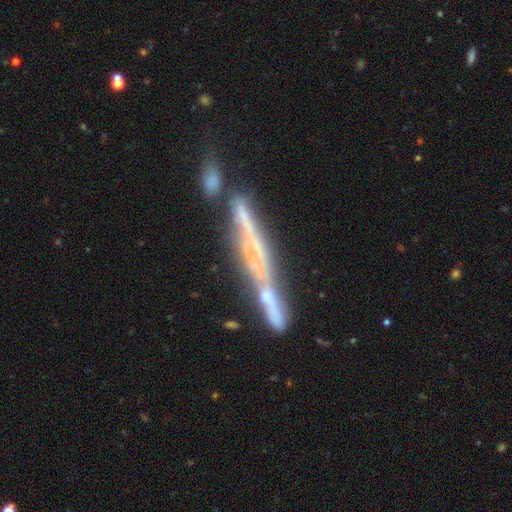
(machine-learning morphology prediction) Smooth or featured: featured or disk — 67% (smooth — 23%)
Edge-on disk: yes — 89% (no — 11%)
Edge-on bulge: none — 73% (rounded — 16%)
Merging: none — 56% (merger — 20%)